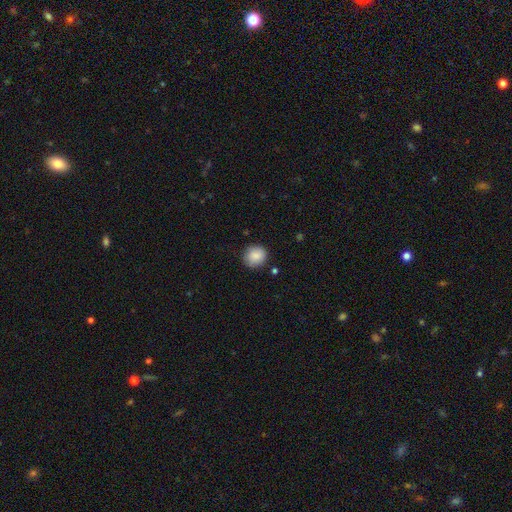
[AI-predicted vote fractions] Smooth or featured: smooth — 87% (star or artifact — 8%)
How rounded: round — 85% (in between — 14%)
Merging: none — 84% (minor disturbance — 12%)